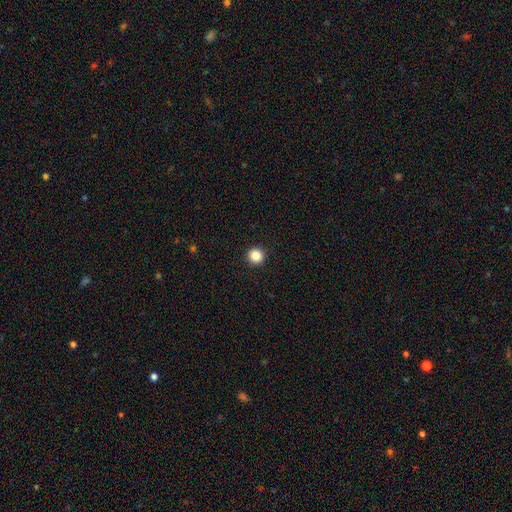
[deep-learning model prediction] This appears to be a smooth galaxy with no disk features (86%) that is round (96%). Merging: none (94%).